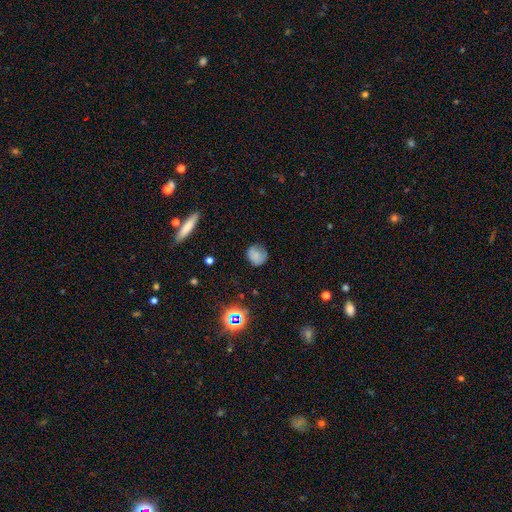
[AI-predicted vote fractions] Smooth or featured? smooth (75%)
How rounded? round (75%)
Merging? none (66%)